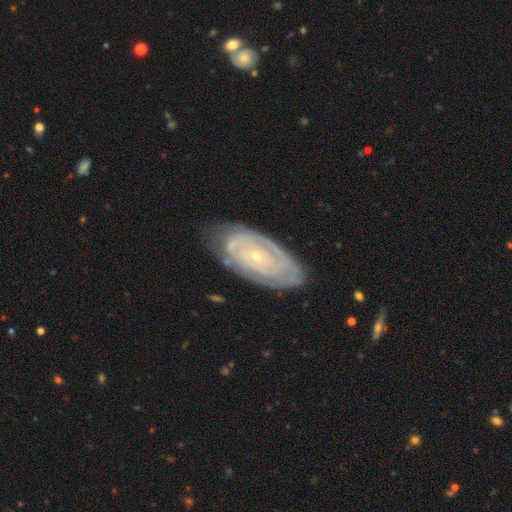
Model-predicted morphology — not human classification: Smooth or featured? Predicted: featured or disk (p=0.80). Edge-on disk? Predicted: no (p=0.93). Bar? Predicted: no (p=0.79). Spiral arms? Predicted: yes (p=0.85). Spiral winding? Predicted: tight (p=0.80). Spiral arm count? Predicted: can't tell (p=0.51). Bulge size? Predicted: small (p=0.83). Merging? Predicted: none (p=0.72).